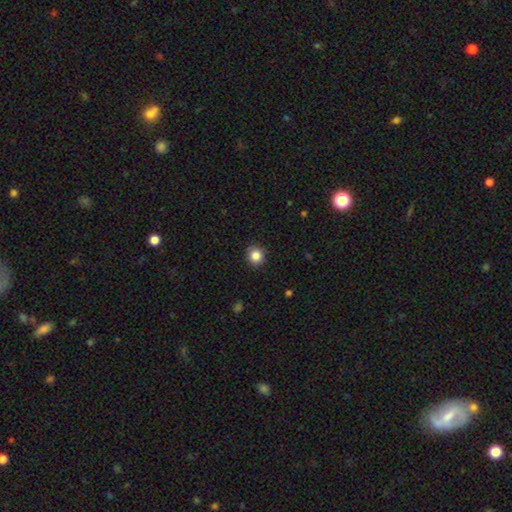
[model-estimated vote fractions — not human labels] Q: Smooth or featured?
A: smooth (86%); runner-up: star or artifact (11%)
Q: How rounded?
A: round (92%); runner-up: in between (7%)
Q: Merging?
A: none (91%); runner-up: minor disturbance (6%)